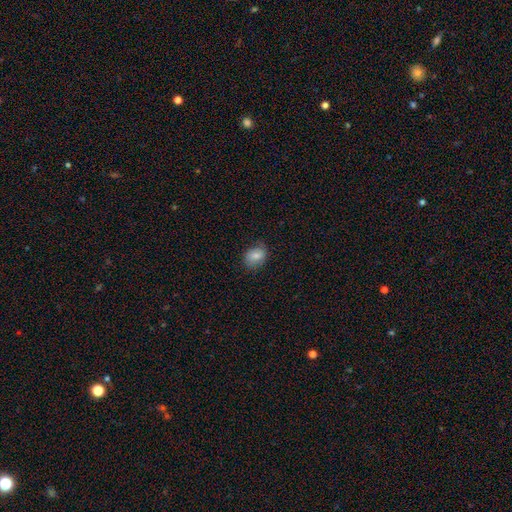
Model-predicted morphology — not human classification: smooth-or-featured: smooth: 79% | featured or disk: 13% | star or artifact: 8%
  how-rounded: in between: 62% | round: 37% | cigar-shaped: 1%
  merging: none: 74% | minor disturbance: 20% | major disturbance: 5% | merger: 1%